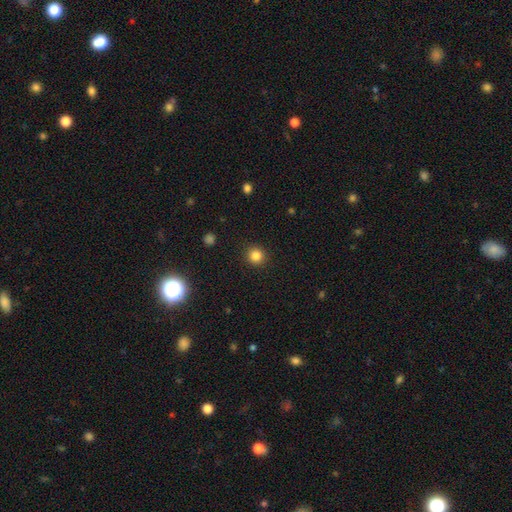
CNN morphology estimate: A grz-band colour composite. It shows a smooth galaxy with no disk features (83%) that is round (93%). Merging: none (92%).